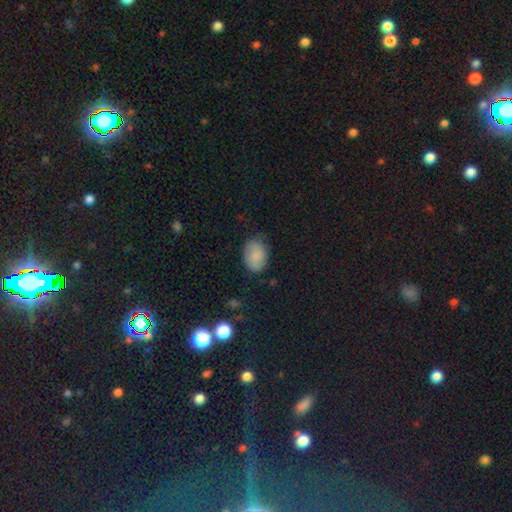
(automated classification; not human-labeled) A smooth galaxy with no disk features (79%) that is in between round and cigar-shaped (78%).

Vote fractions:
- Smooth or featured? smooth: 79% / featured or disk: 13% / star or artifact: 8%
- How rounded? in between: 78% / round: 20% / cigar-shaped: 1%
- Merging? none: 72% / minor disturbance: 22% / major disturbance: 5% / merger: 1%